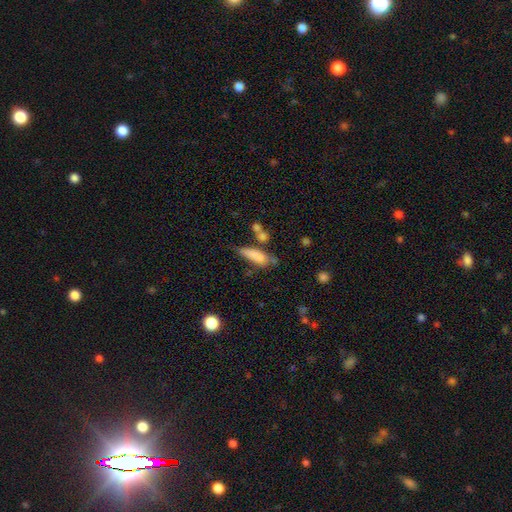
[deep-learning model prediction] This is likely a smooth galaxy (76%). How rounded: possibly cigar-shaped (56%). Merging: marginally none (44%).